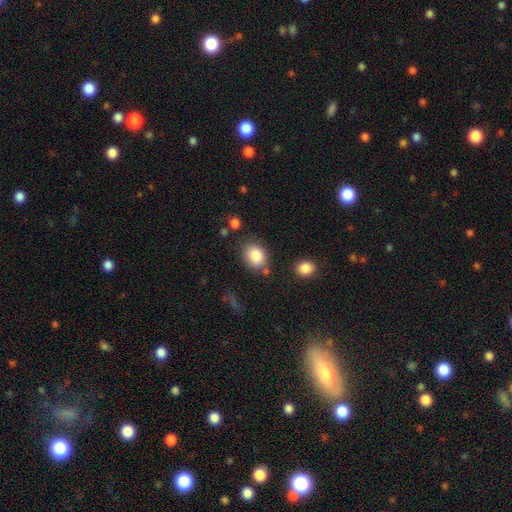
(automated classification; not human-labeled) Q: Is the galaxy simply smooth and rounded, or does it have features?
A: smooth — 86%.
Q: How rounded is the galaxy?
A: in between — 58%.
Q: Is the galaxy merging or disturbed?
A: none — 73%.